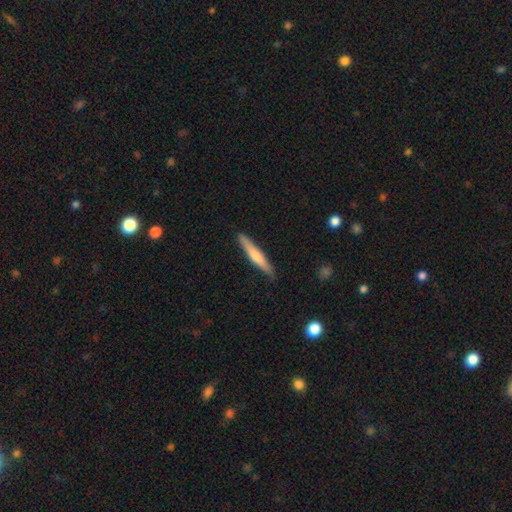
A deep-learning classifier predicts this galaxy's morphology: smooth-or-featured: smooth: 58% | featured or disk: 37% | star or artifact: 5%
  how-rounded: cigar-shaped: 93% | in between: 5% | round: 1%
  merging: none: 87% | minor disturbance: 10% | major disturbance: 2% | merger: 1%